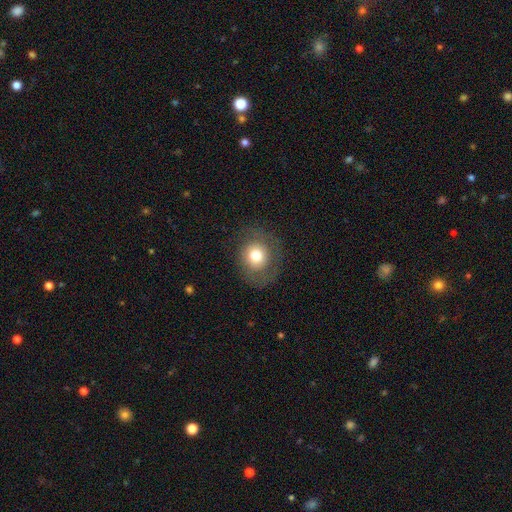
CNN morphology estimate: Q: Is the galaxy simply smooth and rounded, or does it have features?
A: smooth — 70%.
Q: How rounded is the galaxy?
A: round — 78%.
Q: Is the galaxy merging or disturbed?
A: none — 76%.